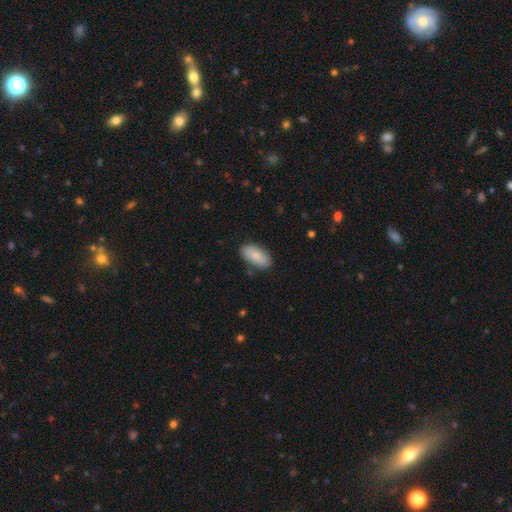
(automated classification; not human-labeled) A smooth galaxy with no disk features (86%) that is in between round and cigar-shaped (91%). Merging: none (82%).